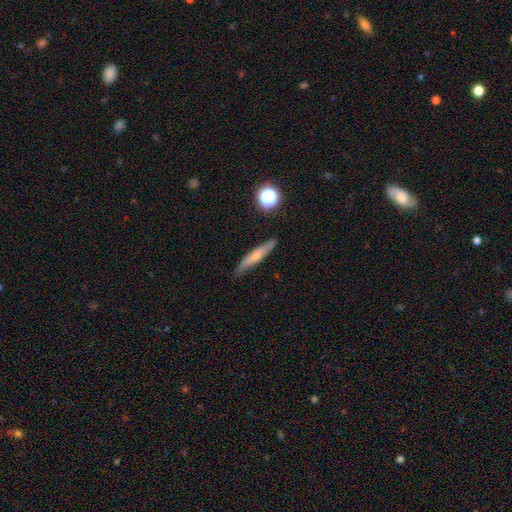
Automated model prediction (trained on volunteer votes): Overall: smooth (54%; featured or disk 38%). How rounded: cigar-shaped (89%). Merging: none (84%).